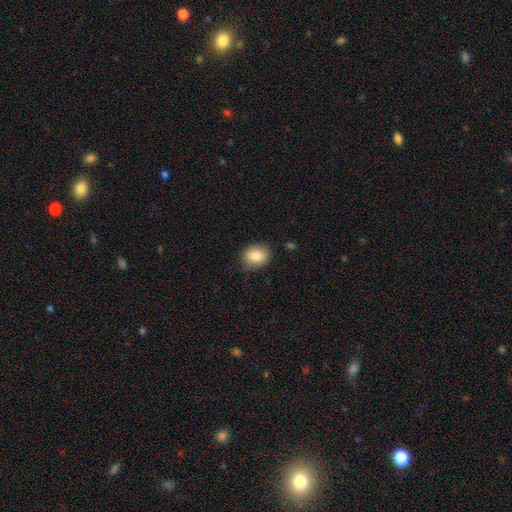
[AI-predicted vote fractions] smooth 84%, star or artifact 8%, featured or disk 8%. Down the decision tree: how rounded — in between (56%); merging — none (83%).